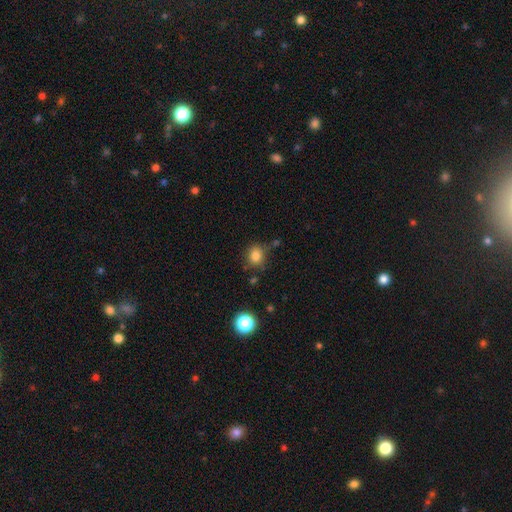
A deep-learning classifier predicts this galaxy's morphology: Q: Smooth or featured?
A: smooth (82%); runner-up: star or artifact (12%)
Q: How rounded?
A: round (69%); runner-up: in between (30%)
Q: Merging?
A: none (72%); runner-up: minor disturbance (18%)